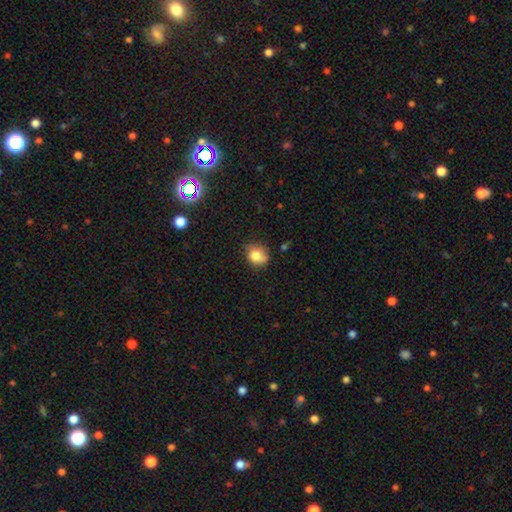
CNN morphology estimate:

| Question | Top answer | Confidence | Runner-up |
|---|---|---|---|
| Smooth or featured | smooth | 76% | featured or disk (13%) |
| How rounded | round | 61% | in between (38%) |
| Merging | none | 57% | minor disturbance (30%) |